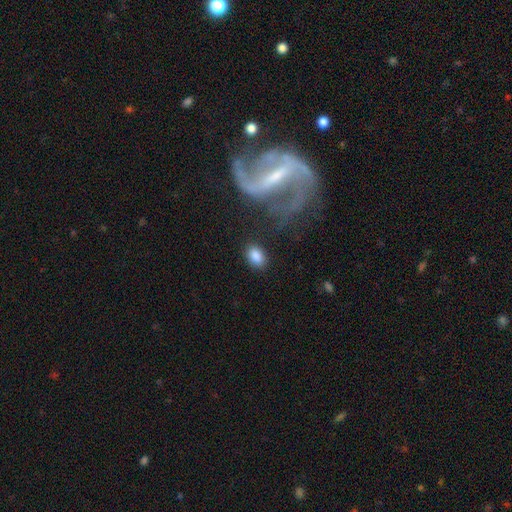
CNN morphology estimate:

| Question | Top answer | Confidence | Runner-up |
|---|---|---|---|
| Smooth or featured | smooth | 86% | star or artifact (8%) |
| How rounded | in between | 83% | round (15%) |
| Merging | none | 82% | minor disturbance (11%) |